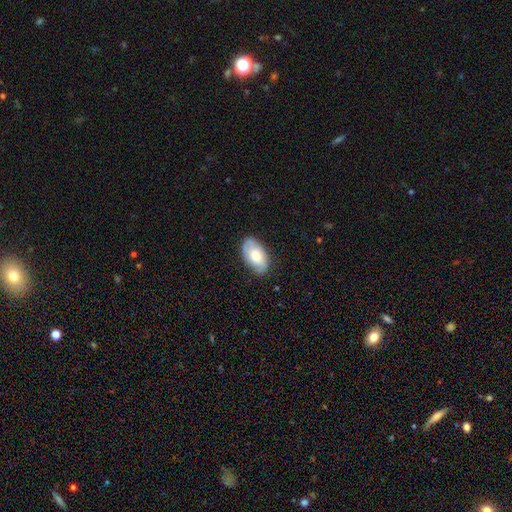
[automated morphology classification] Smooth or featured? Predicted: smooth (p=0.59). How rounded? Predicted: in between (p=0.94). Merging? Predicted: none (p=0.78).